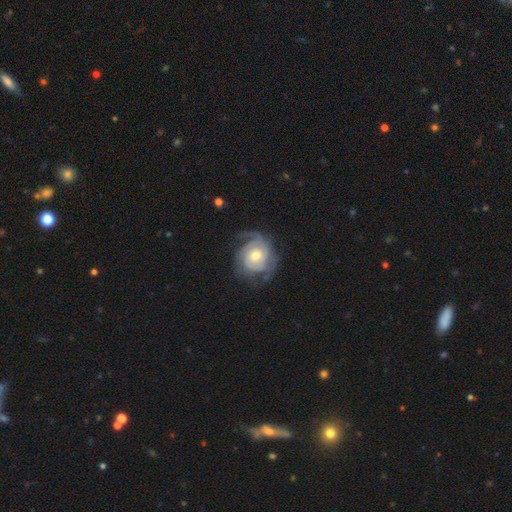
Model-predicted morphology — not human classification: This appears to be a featured or disk galaxy (80%) with no bar (70%), 2 (35%) tight (54%) spiral arms (93%) and a moderate central bulge (63%). Merging: none (60%).